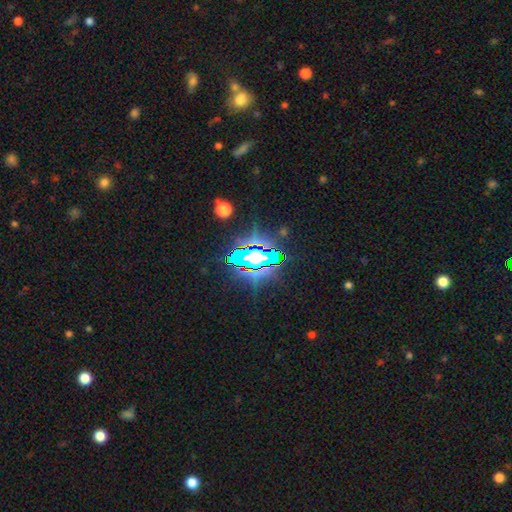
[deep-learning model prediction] Smooth or featured?
  - star or artifact: 80% *
  - smooth: 11%
  - featured or disk: 10%